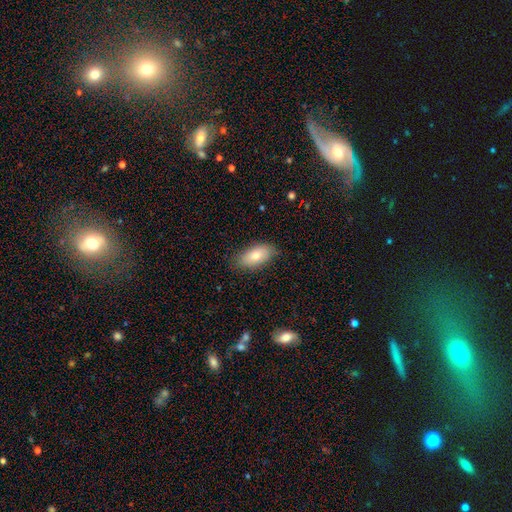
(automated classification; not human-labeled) A smooth galaxy with no disk features (76%) that is in between round and cigar-shaped (91%).

Vote fractions:
- Smooth or featured? smooth: 76% / featured or disk: 17% / star or artifact: 7%
- How rounded? in between: 91% / cigar-shaped: 6% / round: 4%
- Merging? none: 82% / minor disturbance: 14% / major disturbance: 3% / merger: 1%